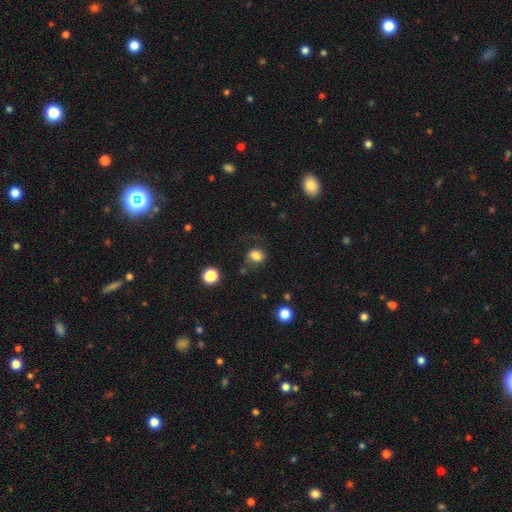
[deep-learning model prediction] Smooth or featured? smooth (79%)
How rounded? round (50%)
Merging? none (56%)